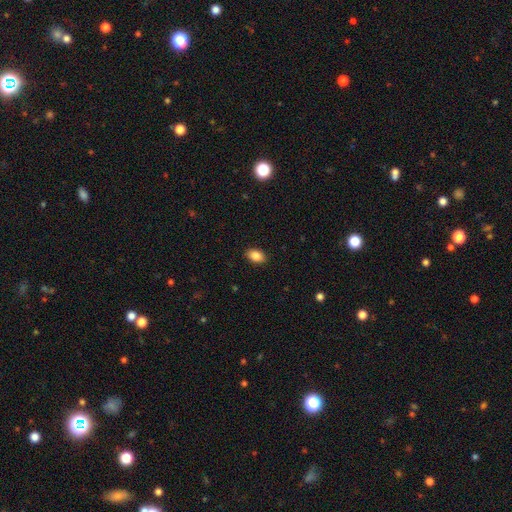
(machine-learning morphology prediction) Smooth or featured?
  - smooth: 87% *
  - star or artifact: 8%
  - featured or disk: 5%
How rounded?
  - in between: 87% *
  - round: 12%
  - cigar-shaped: 1%
Merging?
  - none: 89% *
  - minor disturbance: 8%
  - major disturbance: 2%
  - merger: 1%